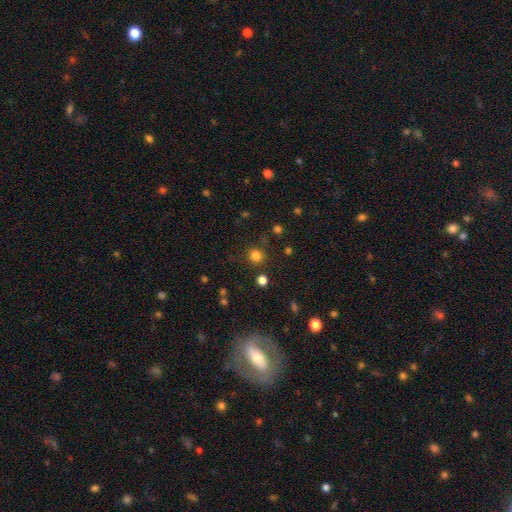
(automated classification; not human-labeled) Q: Smooth or featured?
A: smooth (80%); runner-up: star or artifact (16%)
Q: How rounded?
A: round (92%); runner-up: in between (7%)
Q: Merging?
A: none (86%); runner-up: minor disturbance (7%)